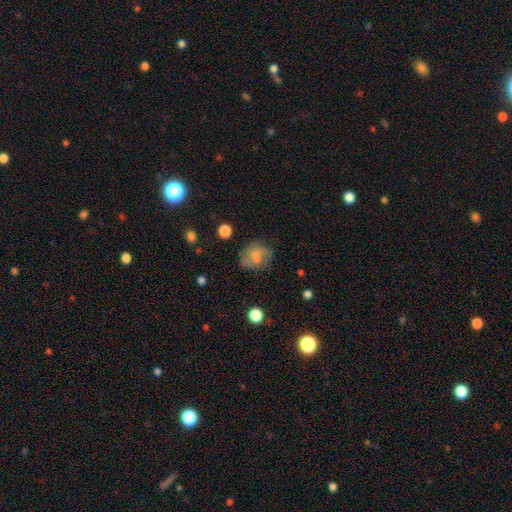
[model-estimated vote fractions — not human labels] Smooth or featured? smooth (56%)
How rounded? round (50%)
Merging? none (58%)